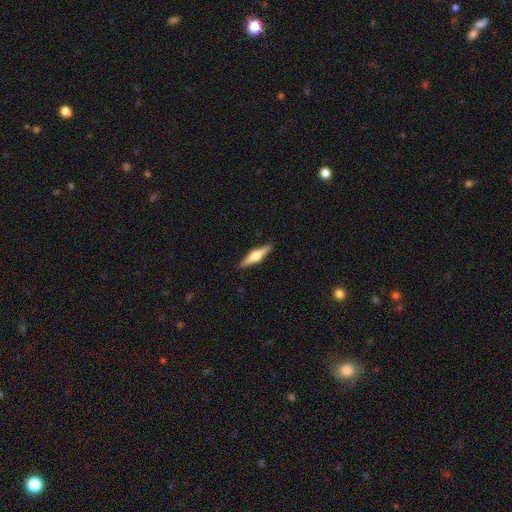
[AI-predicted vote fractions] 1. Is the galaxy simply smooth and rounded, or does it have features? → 62% featured or disk, 33% smooth, 5% star or artifact.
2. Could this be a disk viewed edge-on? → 97% yes, 3% no.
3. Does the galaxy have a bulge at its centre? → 93% rounded, 5% boxy, 2% none.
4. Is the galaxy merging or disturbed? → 91% none, 7% minor disturbance, 2% major disturbance, 1% merger.